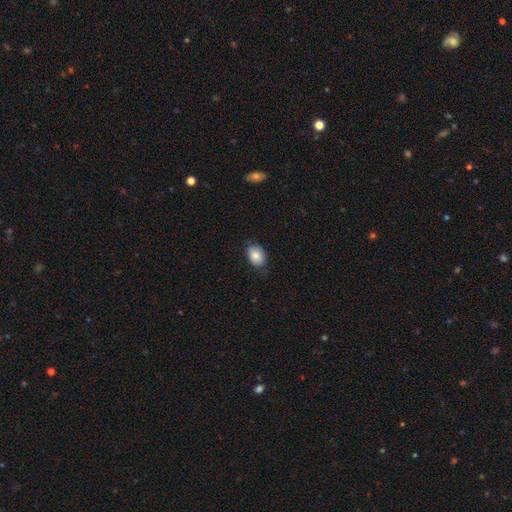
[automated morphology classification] smooth 83%, featured or disk 9%, star or artifact 8%. Down the decision tree: how rounded — in between (78%); merging — none (76%).